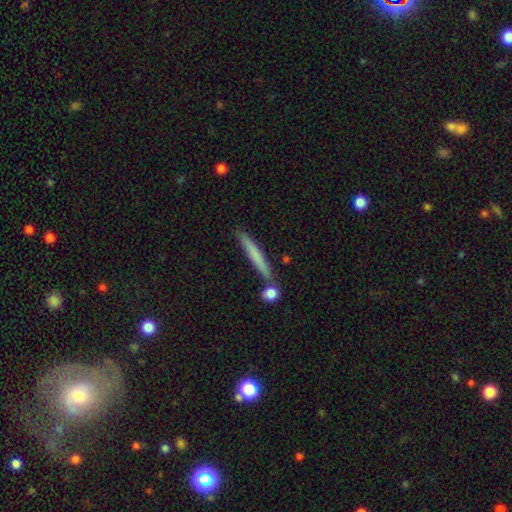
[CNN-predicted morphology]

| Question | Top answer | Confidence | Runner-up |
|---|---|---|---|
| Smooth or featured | smooth | 67% | featured or disk (27%) |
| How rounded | cigar-shaped | 95% | in between (3%) |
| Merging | none | 81% | minor disturbance (10%) |